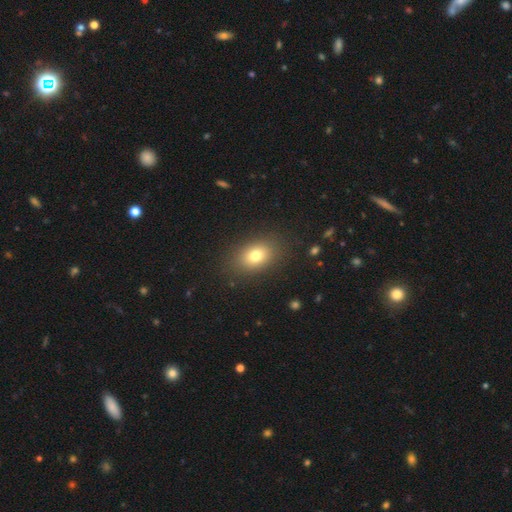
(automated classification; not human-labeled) smooth 77%, featured or disk 12%, star or artifact 11%. Down the decision tree: how rounded — in between (74%); merging — none (85%).